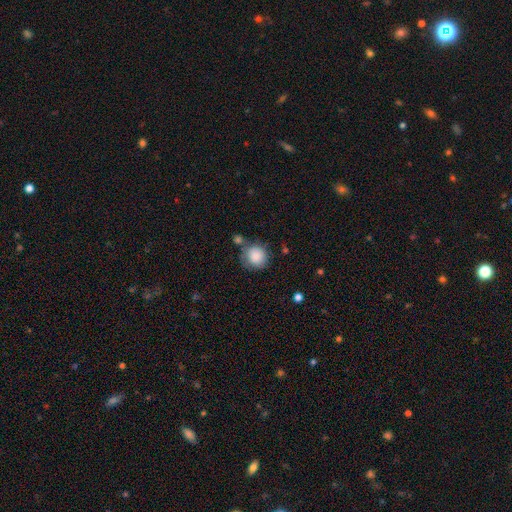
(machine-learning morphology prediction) smooth_or_featured: smooth (p=0.86) [alt: star or artifact p=0.07]
how_rounded: round (p=0.89) [alt: in between p=0.10]
merging: none (p=0.62) [alt: minor disturbance p=0.19]